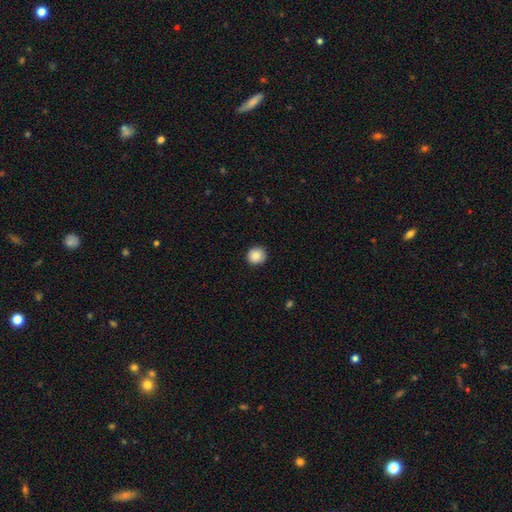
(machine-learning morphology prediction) Smooth or featured: smooth — 87% (star or artifact — 8%)
How rounded: round — 91% (in between — 8%)
Merging: none — 90% (minor disturbance — 7%)